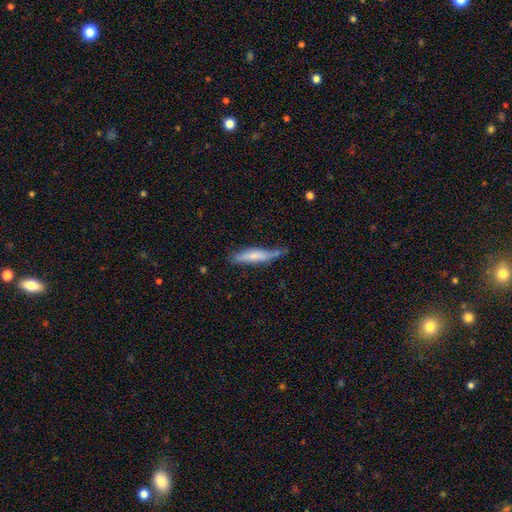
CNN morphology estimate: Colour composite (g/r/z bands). It shows a smooth galaxy with no disk features (71%) that is cigar-shaped (84%). Merging: none (59%).